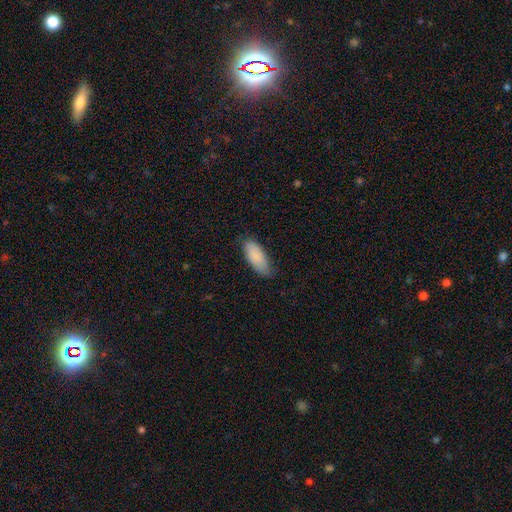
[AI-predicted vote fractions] Q: Smooth or featured?
A: smooth (87%); runner-up: featured or disk (7%)
Q: How rounded?
A: in between (84%); runner-up: cigar-shaped (15%)
Q: Merging?
A: none (72%); runner-up: minor disturbance (22%)